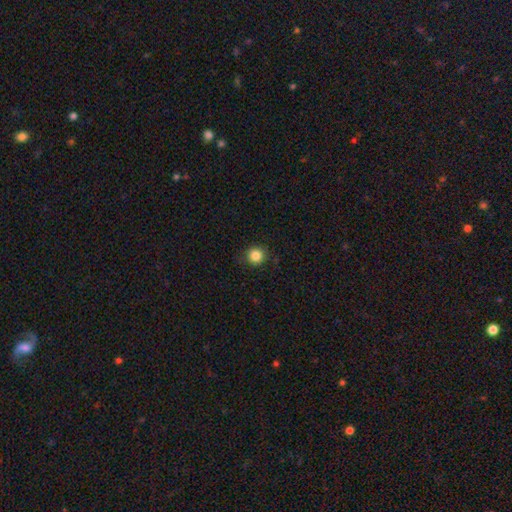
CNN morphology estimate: This is clearly a smooth galaxy (85%). How rounded: clearly round (93%). Merging: clearly none (88%).